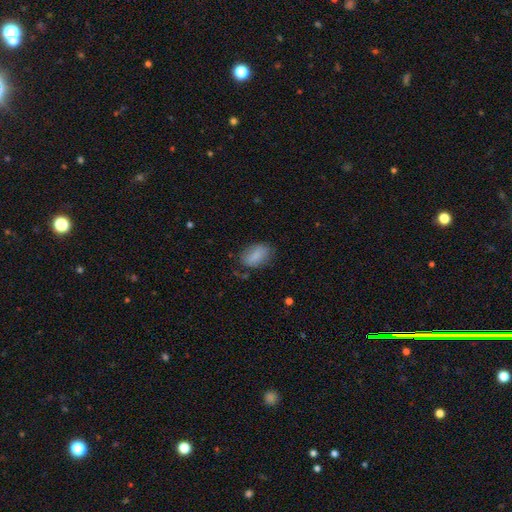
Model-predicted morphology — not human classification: Smooth or featured?
  - smooth: 83% *
  - featured or disk: 10%
  - star or artifact: 7%
How rounded?
  - in between: 90% *
  - round: 8%
  - cigar-shaped: 3%
Merging?
  - none: 73% *
  - minor disturbance: 20%
  - major disturbance: 5%
  - merger: 2%